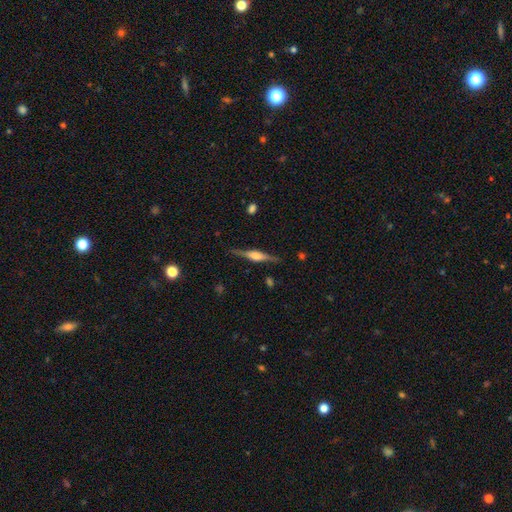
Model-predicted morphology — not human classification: The model was most divided on "edge-on bulge": rounded: 77%, boxy: 20%, none: 3%. More confident: edge-on disk — yes (98%); merging — none (87%); smooth or featured — featured or disk (78%).